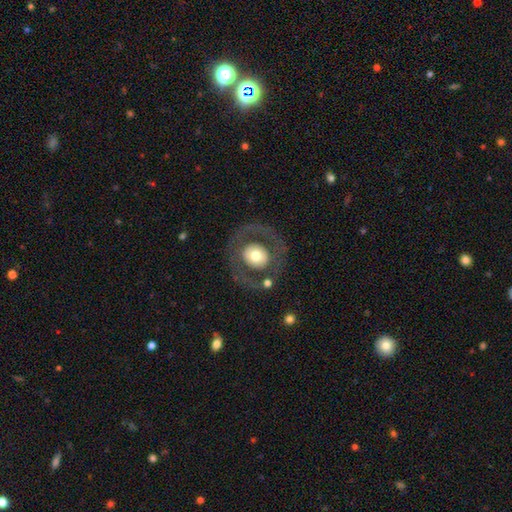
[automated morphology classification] Overall: featured or disk (47%, tied with smooth). Merging: none (77%).